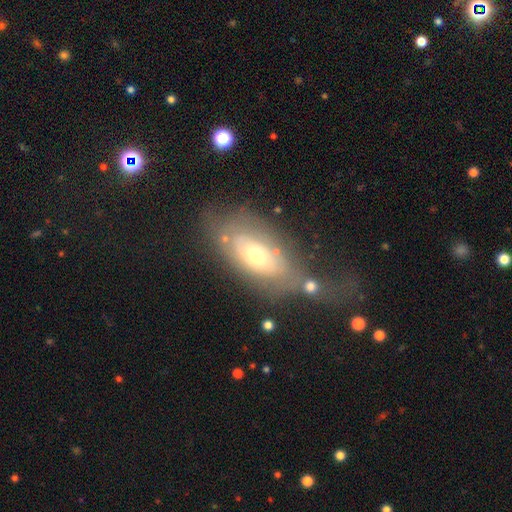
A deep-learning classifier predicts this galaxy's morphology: The model was most divided on "merging": none: 38%, major disturbance: 28%, minor disturbance: 24%, merger: 11%. More confident: edge-on disk — no (85%); smooth or featured — featured or disk (53%).